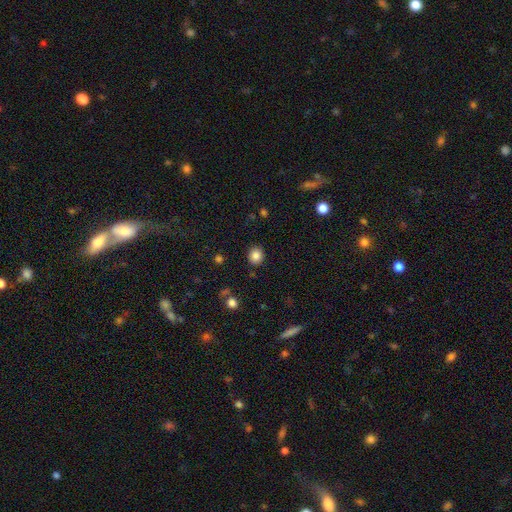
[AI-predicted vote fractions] Smooth or featured? smooth (84%)
How rounded? round (80%)
Merging? none (89%)